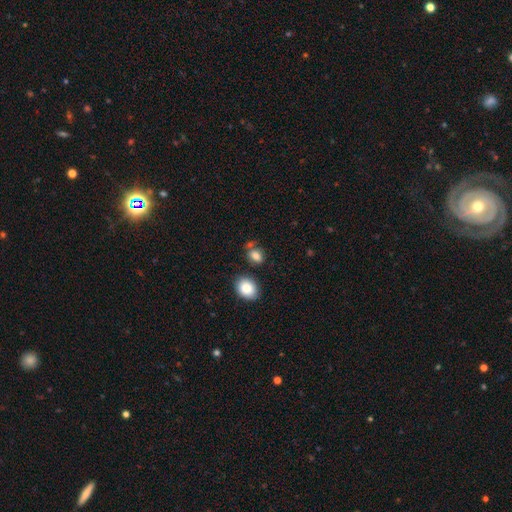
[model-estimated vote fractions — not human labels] A smooth galaxy with no disk features (83%) that is in between round and cigar-shaped (61%).

Vote fractions:
- Smooth or featured? smooth: 83% / star or artifact: 11% / featured or disk: 6%
- How rounded? in between: 61% / round: 38% / cigar-shaped: 2%
- Merging? none: 63% / merger: 16% / minor disturbance: 15% / major disturbance: 5%